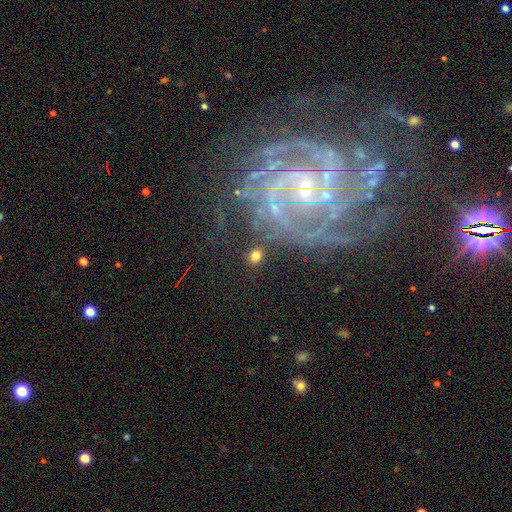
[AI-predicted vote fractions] This is likely a smooth galaxy (73%). How rounded: likely round (78%). Merging: clearly none (84%).